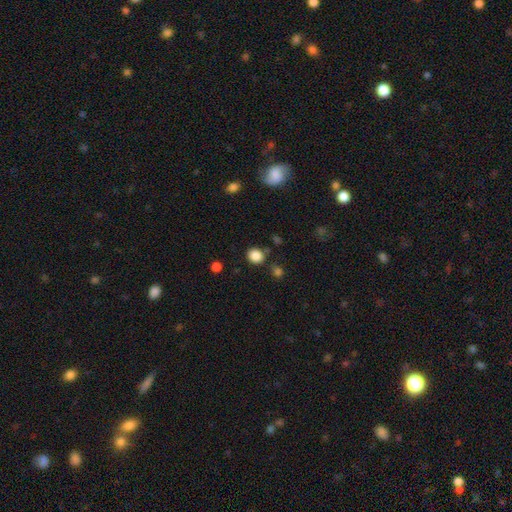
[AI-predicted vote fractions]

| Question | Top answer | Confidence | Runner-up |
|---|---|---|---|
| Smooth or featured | smooth | 86% | star or artifact (11%) |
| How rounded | round | 77% | in between (22%) |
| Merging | none | 79% | minor disturbance (12%) |